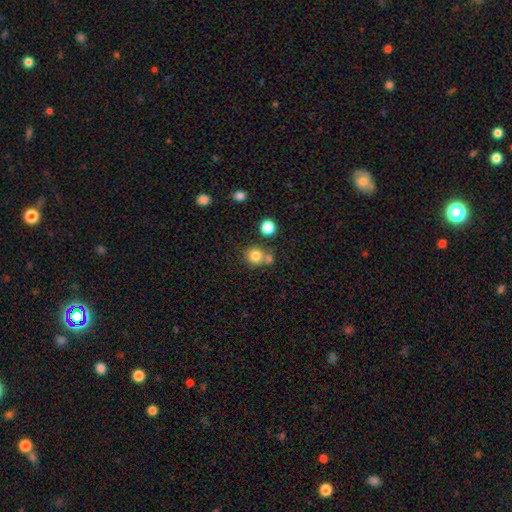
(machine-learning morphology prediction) Smooth or featured? smooth (80%)
How rounded? round (86%)
Merging? none (60%)